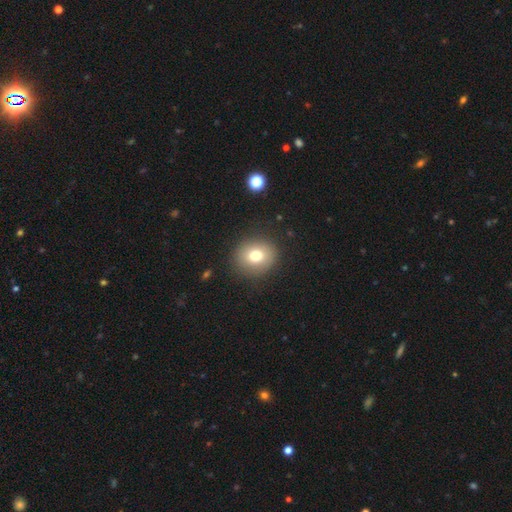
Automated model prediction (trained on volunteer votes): smooth-or-featured: smooth: 75% | featured or disk: 14% | star or artifact: 11%
  how-rounded: round: 77% | in between: 22% | cigar-shaped: 1%
  merging: none: 88% | minor disturbance: 8% | major disturbance: 3% | merger: 1%